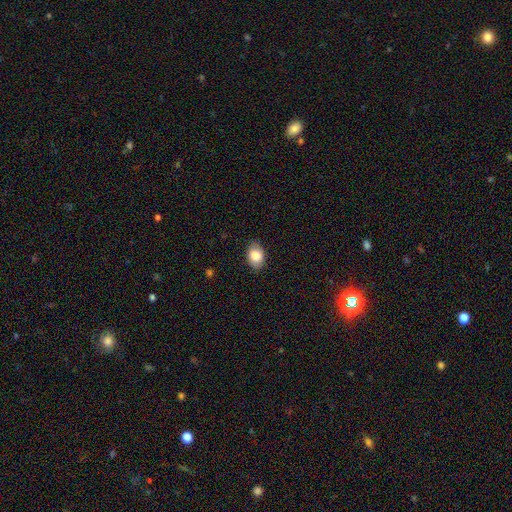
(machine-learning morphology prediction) Q: Smooth or featured?
A: smooth (82%); runner-up: featured or disk (11%)
Q: How rounded?
A: in between (85%); runner-up: round (14%)
Q: Merging?
A: none (84%); runner-up: minor disturbance (13%)